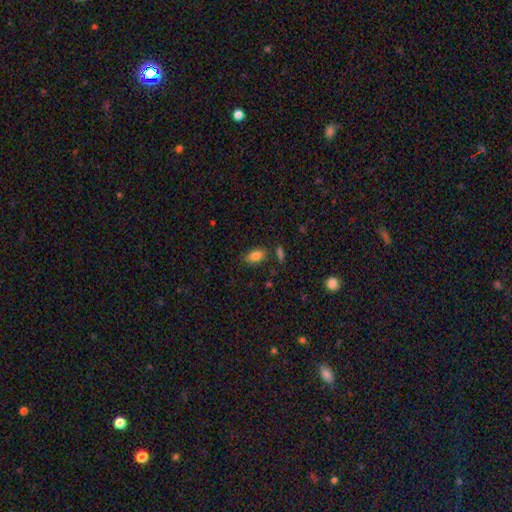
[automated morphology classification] This is clearly a smooth galaxy (85%). How rounded: clearly in between (90%). Merging: likely none (77%).